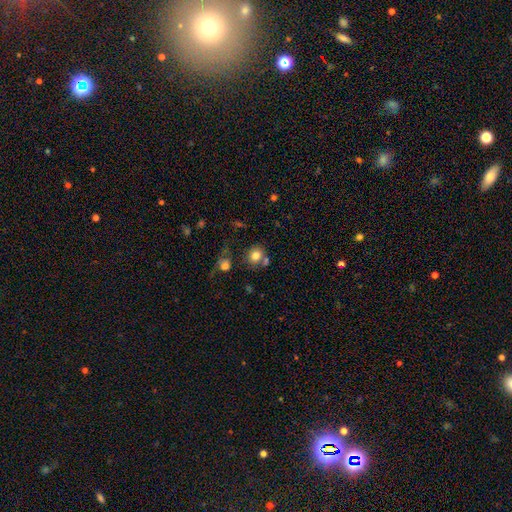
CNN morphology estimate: smooth_or_featured: smooth (p=0.80) [alt: star or artifact p=0.11]
how_rounded: round (p=0.78) [alt: in between p=0.21]
merging: none (p=0.68) [alt: merger p=0.15]